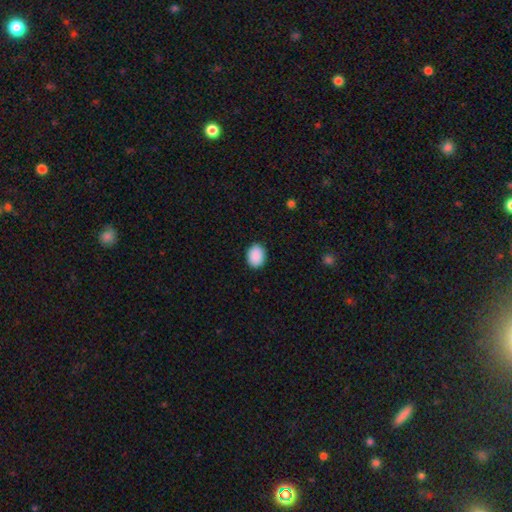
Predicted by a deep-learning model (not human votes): Q: Smooth or featured?
A: smooth (91%); runner-up: star or artifact (7%)
Q: How rounded?
A: in between (65%); runner-up: round (34%)
Q: Merging?
A: none (90%); runner-up: minor disturbance (7%)